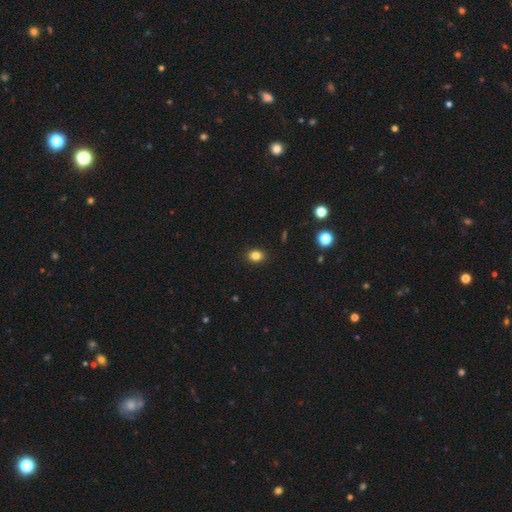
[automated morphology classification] smooth_or_featured: smooth (p=0.83) [alt: star or artifact p=0.12]
how_rounded: round (p=0.52) [alt: in between p=0.47]
merging: none (p=0.91) [alt: minor disturbance p=0.07]